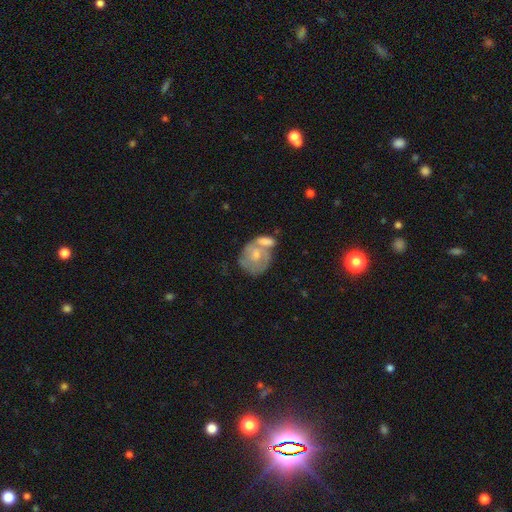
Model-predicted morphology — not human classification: smooth_or_featured: smooth (p=0.54) [alt: featured or disk p=0.40]
how_rounded: round (p=0.61) [alt: in between p=0.38]
merging: merger (p=0.51) [alt: none p=0.25]